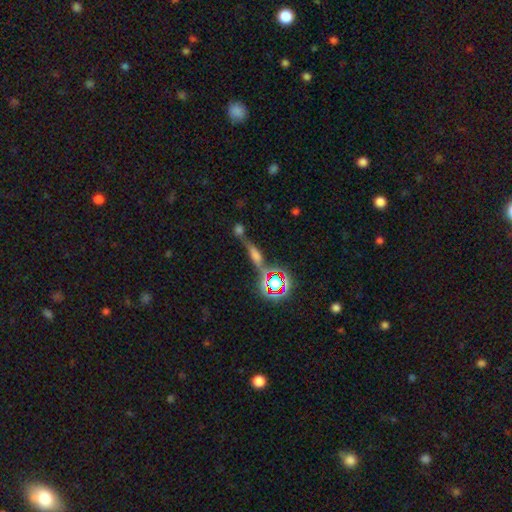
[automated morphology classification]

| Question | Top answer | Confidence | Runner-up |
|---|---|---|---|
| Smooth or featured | featured or disk | 35% | star or artifact (33%) |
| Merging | none | 54% | merger (24%) |